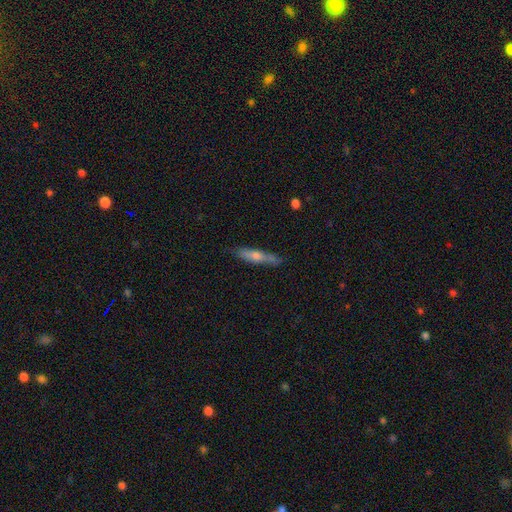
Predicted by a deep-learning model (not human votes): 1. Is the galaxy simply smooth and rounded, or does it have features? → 50% smooth, 43% featured or disk, 7% star or artifact.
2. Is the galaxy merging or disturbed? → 77% none, 17% minor disturbance, 3% major disturbance, 3% merger.